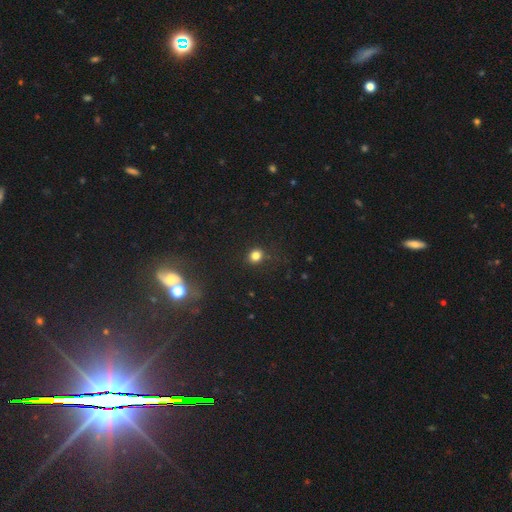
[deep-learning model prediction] Smooth or featured? smooth (80%)
How rounded? round (75%)
Merging? none (85%)